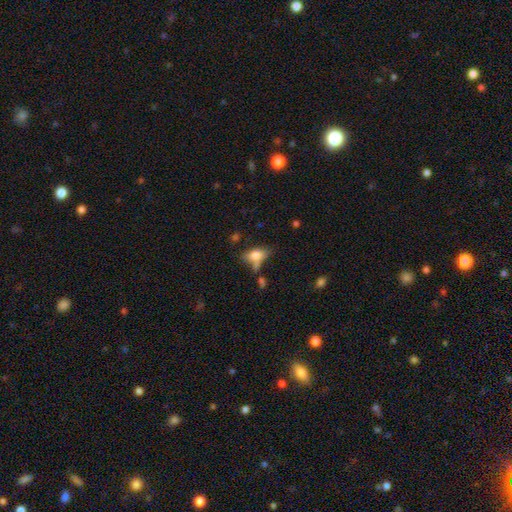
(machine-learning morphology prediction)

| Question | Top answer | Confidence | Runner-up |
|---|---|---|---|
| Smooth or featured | smooth | 74% | featured or disk (17%) |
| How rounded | in between | 83% | cigar-shaped (12%) |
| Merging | none | 49% | merger (21%) |